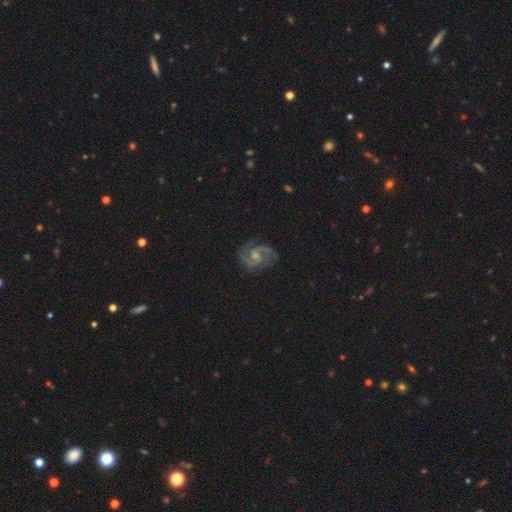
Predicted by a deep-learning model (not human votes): Q: Smooth or featured?
A: featured or disk (92%); runner-up: star or artifact (5%)
Q: Edge-on disk?
A: no (98%); runner-up: yes (2%)
Q: Bar?
A: no (46%); tied with: weak (46%)
Q: Spiral arms?
A: yes (98%); runner-up: no (2%)
Q: Spiral winding?
A: medium (63%); runner-up: tight (22%)
Q: Spiral arm count?
A: 2 (91%); runner-up: 3 (4%)
Q: Bulge size?
A: small (57%); runner-up: moderate (32%)
Q: Merging?
A: none (76%); runner-up: minor disturbance (16%)